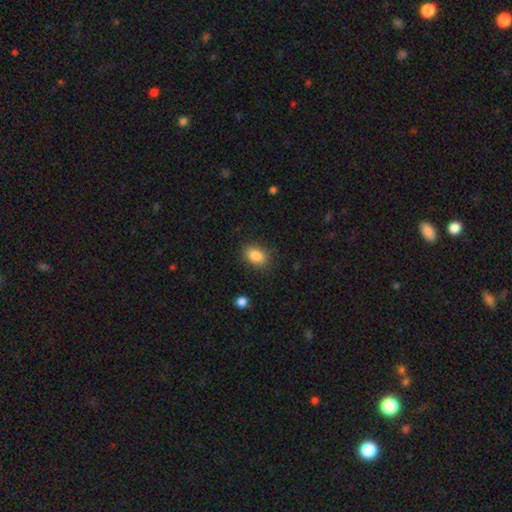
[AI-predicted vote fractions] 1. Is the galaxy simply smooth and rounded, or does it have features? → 86% smooth, 8% star or artifact, 5% featured or disk.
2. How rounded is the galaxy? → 82% in between, 17% round, 1% cigar-shaped.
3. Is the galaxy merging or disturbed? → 84% none, 11% minor disturbance, 3% major disturbance, 1% merger.